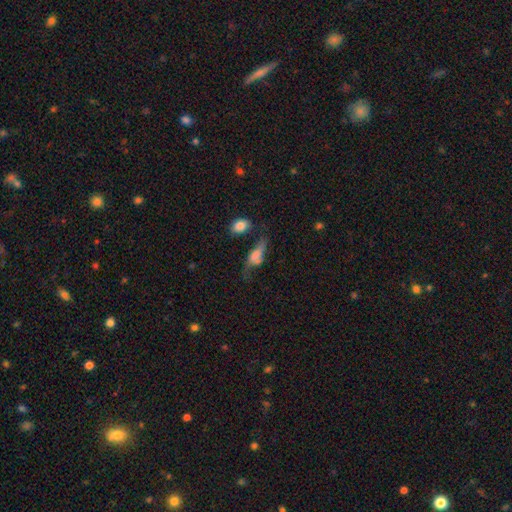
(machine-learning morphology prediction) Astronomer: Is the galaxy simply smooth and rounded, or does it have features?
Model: smooth — 49% (runner-up: featured or disk, 40%).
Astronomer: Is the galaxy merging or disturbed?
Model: none — 34% (runner-up: major disturbance, 29%).